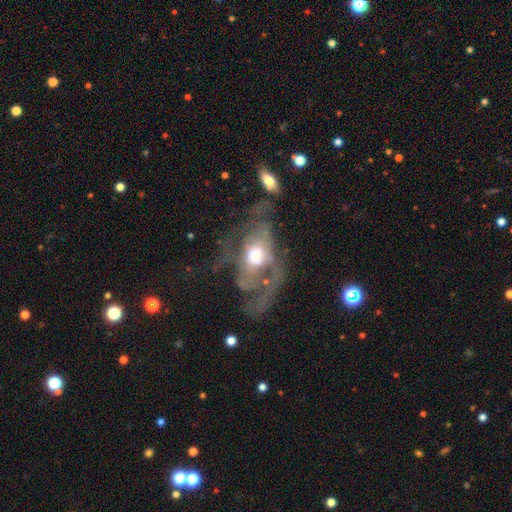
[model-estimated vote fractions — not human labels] Q: Smooth or featured?
A: featured or disk (68%); runner-up: smooth (24%)
Q: Edge-on disk?
A: no (93%); runner-up: yes (7%)
Q: Bar?
A: no (76%); runner-up: weak (19%)
Q: Spiral arms?
A: yes (54%); runner-up: no (46%)
Q: Bulge size?
A: moderate (57%); runner-up: large (25%)
Q: Merging?
A: major disturbance (59%); runner-up: none (20%)